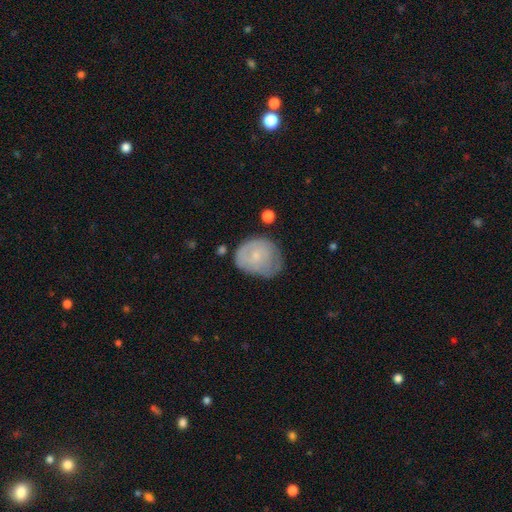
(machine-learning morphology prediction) smooth 51%, featured or disk 41%, star or artifact 7%. Down the decision tree: how rounded — round (51%); merging — none (48%).